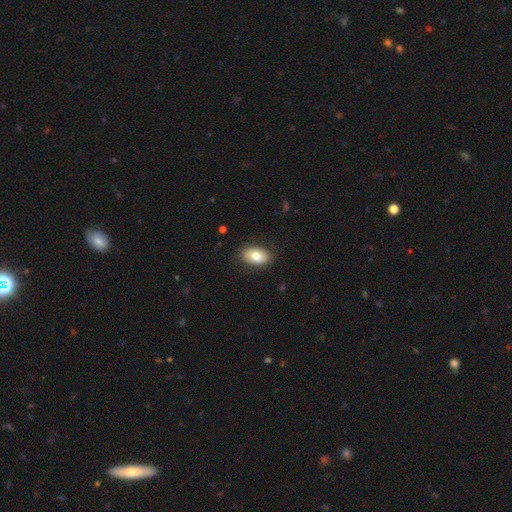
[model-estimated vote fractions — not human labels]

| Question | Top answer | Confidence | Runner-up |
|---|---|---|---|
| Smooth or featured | smooth | 76% | featured or disk (17%) |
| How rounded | in between | 91% | round (8%) |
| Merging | none | 84% | minor disturbance (12%) |